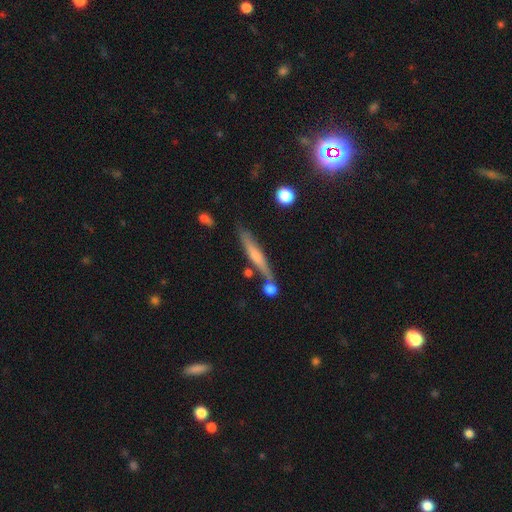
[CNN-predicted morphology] A featured or disk galaxy (54%) viewed edge-on (92%). Merging: none (70%).